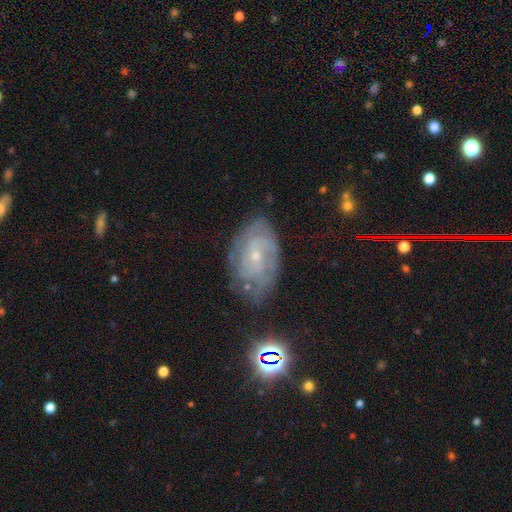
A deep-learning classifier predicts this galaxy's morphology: A featured or disk galaxy (75%) with no bar (60%), tight (57%) spiral arms (90%) and a small central bulge (80%). Merging: none (68%).